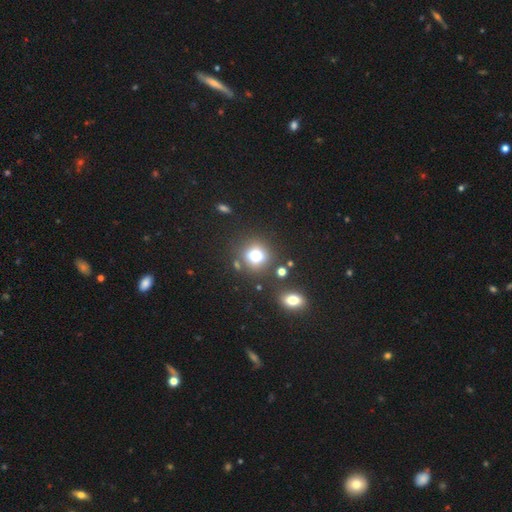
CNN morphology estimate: This is likely a smooth galaxy (74%). How rounded: likely round (78%). Merging: likely none (74%).